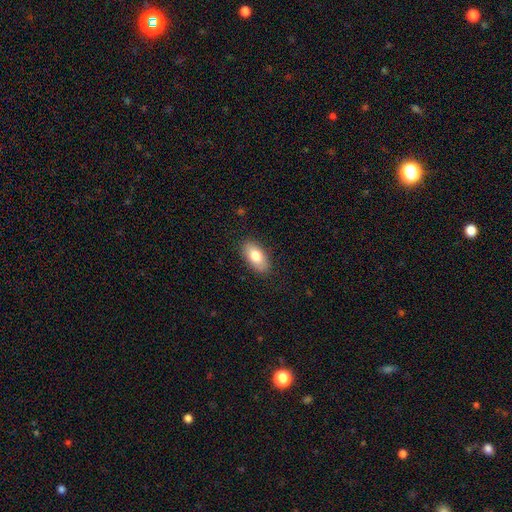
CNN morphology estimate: type=smooth (81%); roundness=in between (92%); merging=none (87%).